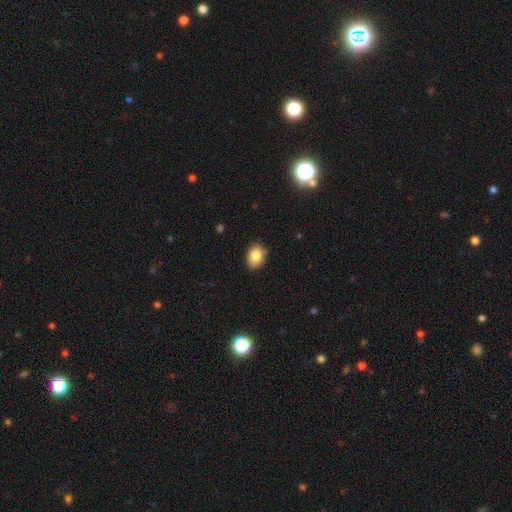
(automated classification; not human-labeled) Smooth or featured? smooth (84%)
How rounded? in between (61%)
Merging? none (84%)